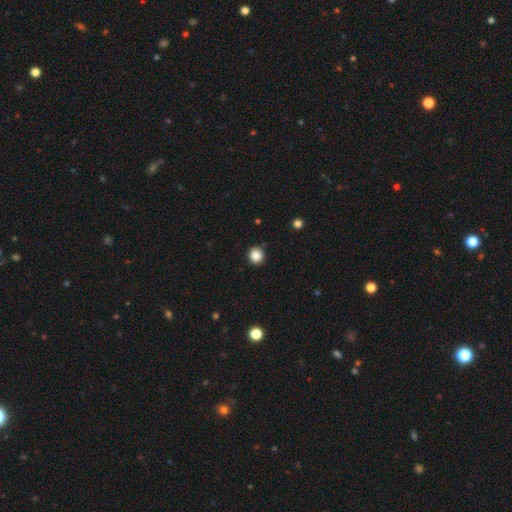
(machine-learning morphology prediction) smooth-or-featured: smooth: 85% | star or artifact: 11% | featured or disk: 4%
  how-rounded: round: 92% | in between: 7% | cigar-shaped: 1%
  merging: none: 91% | minor disturbance: 6% | major disturbance: 2% | merger: 1%